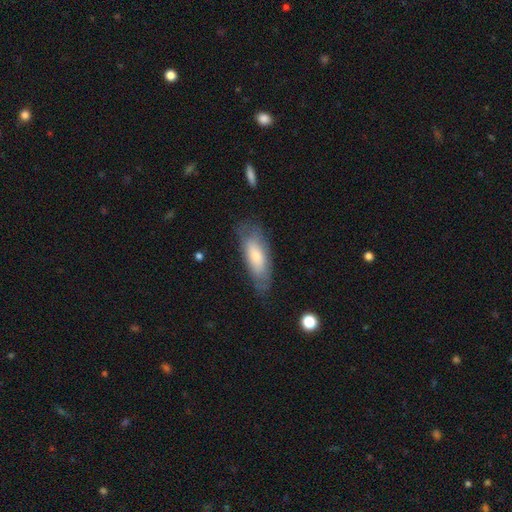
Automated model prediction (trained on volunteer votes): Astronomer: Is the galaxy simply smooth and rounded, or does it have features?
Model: smooth — 67%.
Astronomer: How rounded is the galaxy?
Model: in between — 64%.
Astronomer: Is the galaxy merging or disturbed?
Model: none — 70%.